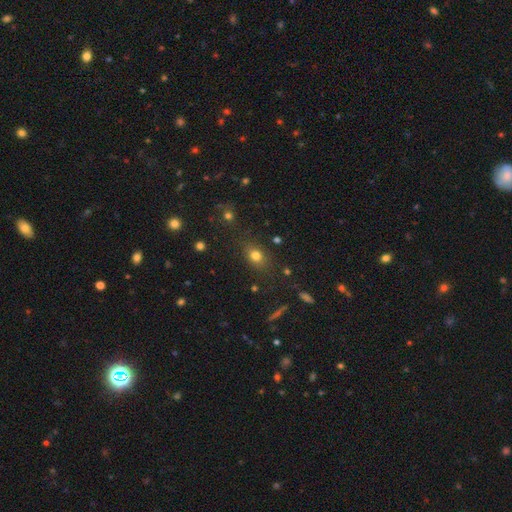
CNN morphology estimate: Q: Smooth or featured?
A: smooth (76%); runner-up: star or artifact (15%)
Q: How rounded?
A: in between (52%); runner-up: round (45%)
Q: Merging?
A: none (79%); runner-up: minor disturbance (13%)